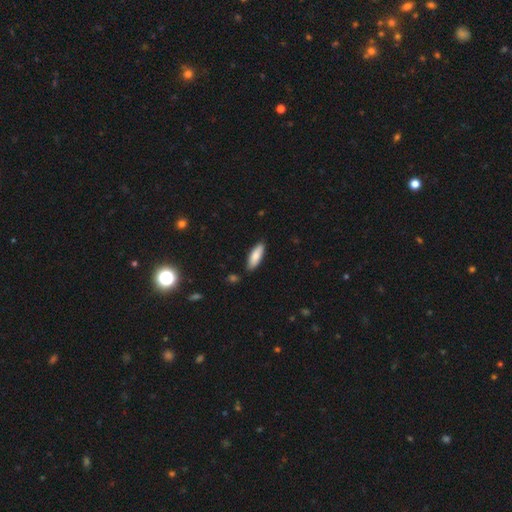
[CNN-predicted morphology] Overall: smooth (84%). How rounded: in between (57%; cigar-shaped 41%). Merging: none (86%).